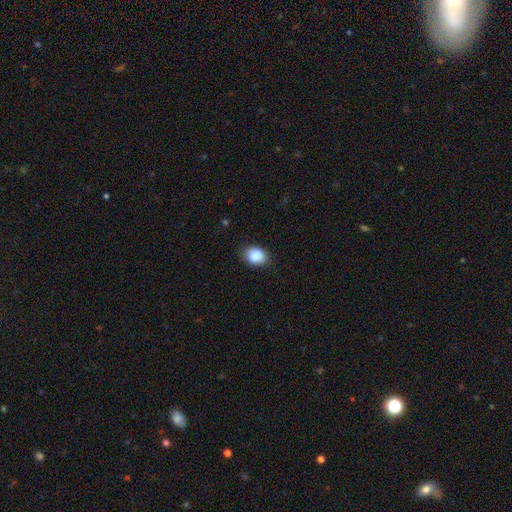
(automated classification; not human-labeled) The model was most divided on "how rounded": in between: 69%, round: 30%, cigar-shaped: 1%. More confident: smooth or featured — smooth (89%); merging — none (84%).